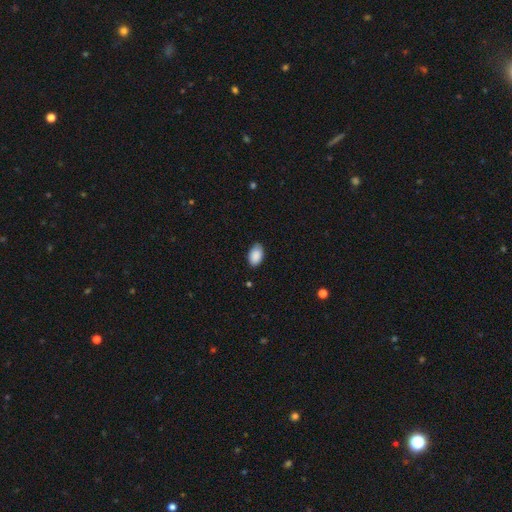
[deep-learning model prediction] Overall: smooth (90%). How rounded: in between (92%). Merging: none (82%).